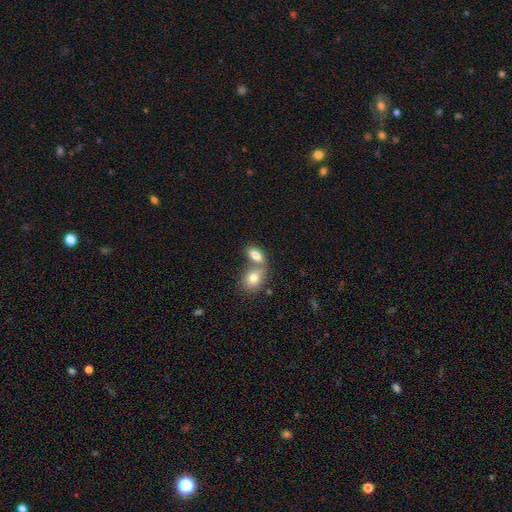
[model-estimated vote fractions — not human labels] A smooth galaxy with no disk features (81%) that is in between round and cigar-shaped (86%). Merging: merger (54%).